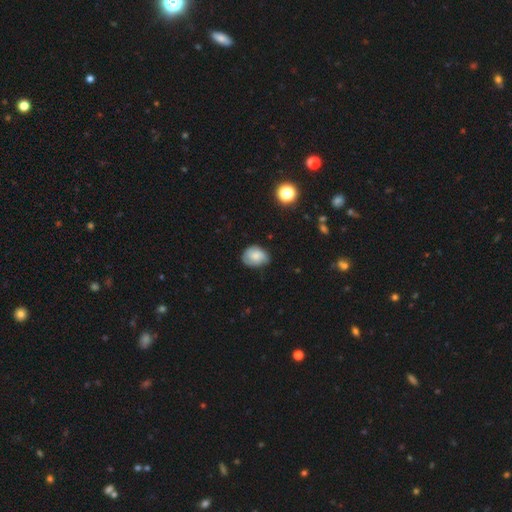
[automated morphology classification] This appears to be a smooth galaxy with no disk features (59%) that is in between round and cigar-shaped (52%). Merging: none (60%).